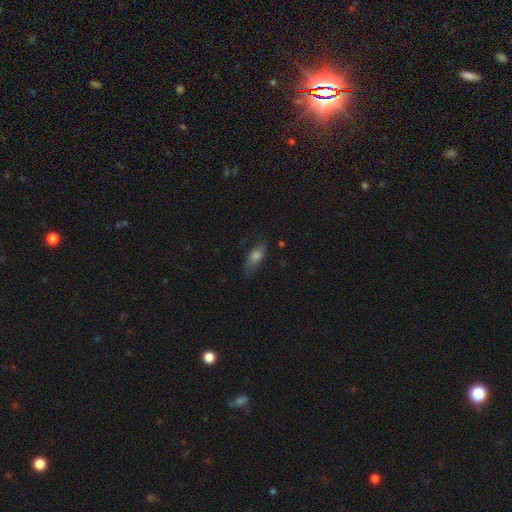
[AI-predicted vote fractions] smooth 66%, featured or disk 23%, star or artifact 11%. Down the decision tree: how rounded — in between (73%); merging — none (69%).